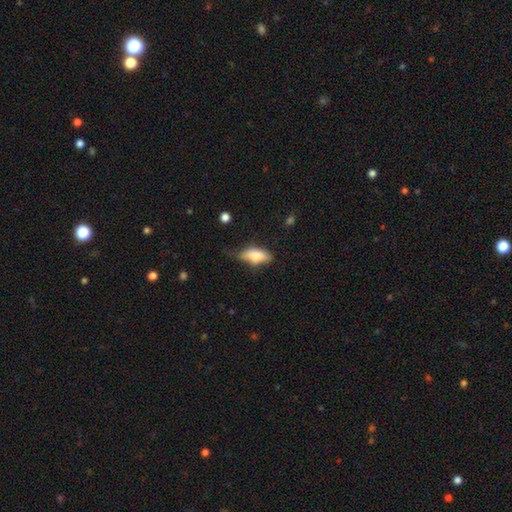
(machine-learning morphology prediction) A smooth galaxy with no disk features (73%) that is in between round and cigar-shaped (81%). Merging: none (49%).